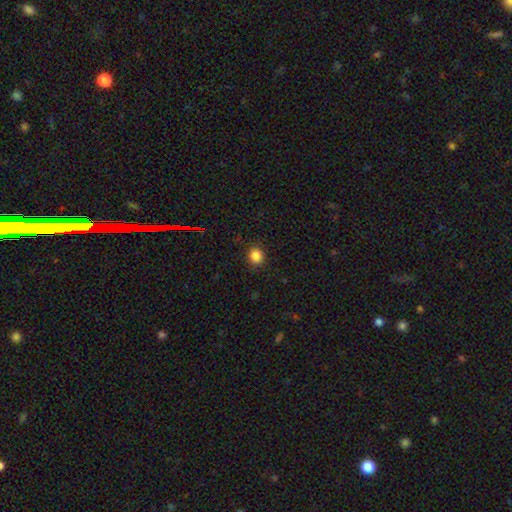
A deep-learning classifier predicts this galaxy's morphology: This is clearly a smooth galaxy (85%). How rounded: likely round (77%). Merging: clearly none (89%).